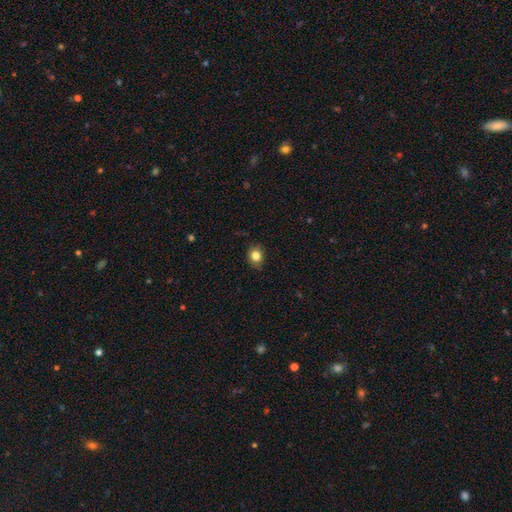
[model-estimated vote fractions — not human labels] smooth_or_featured: smooth (p=0.82) [alt: star or artifact p=0.11]
how_rounded: round (p=0.63) [alt: in between p=0.36]
merging: none (p=0.84) [alt: minor disturbance p=0.13]